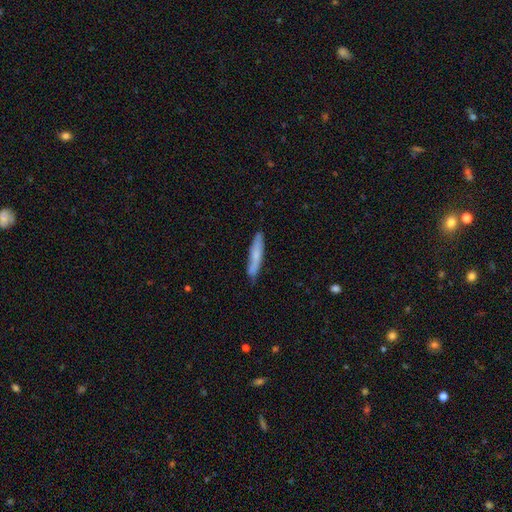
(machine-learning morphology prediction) This appears to be a smooth galaxy with no disk features (66%) that is cigar-shaped (91%). Merging: none (82%).